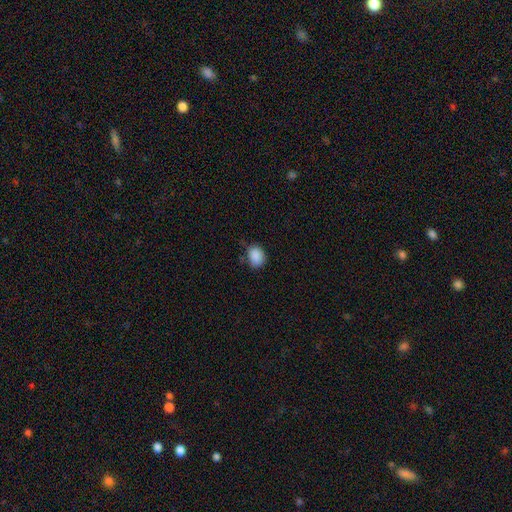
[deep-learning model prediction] Smooth or featured? Predicted: smooth (p=0.88). How rounded? Predicted: in between (p=0.55). Merging? Predicted: none (p=0.68).